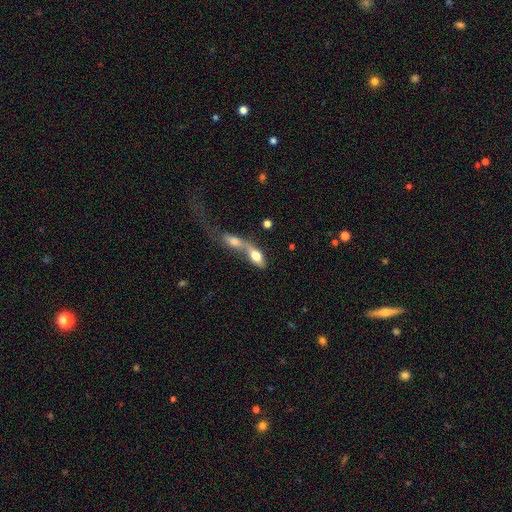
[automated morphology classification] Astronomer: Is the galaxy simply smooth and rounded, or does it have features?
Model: smooth — 68%.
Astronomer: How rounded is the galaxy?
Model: in between — 75%.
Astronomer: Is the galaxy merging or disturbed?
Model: merger — 74%.